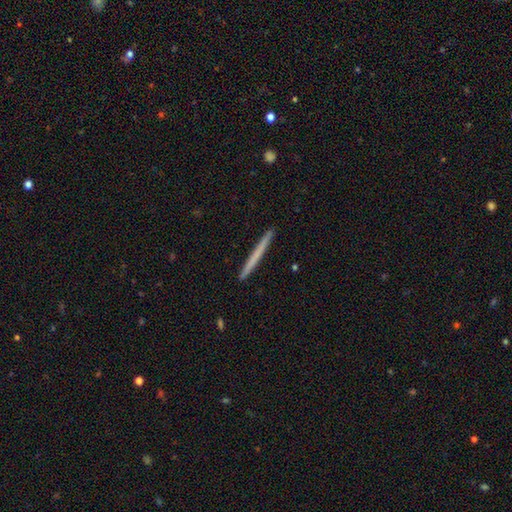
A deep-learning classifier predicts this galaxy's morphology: Smooth or featured: smooth — 58% (featured or disk — 37%)
How rounded: cigar-shaped — 98% (in between — 1%)
Merging: none — 93% (minor disturbance — 5%)